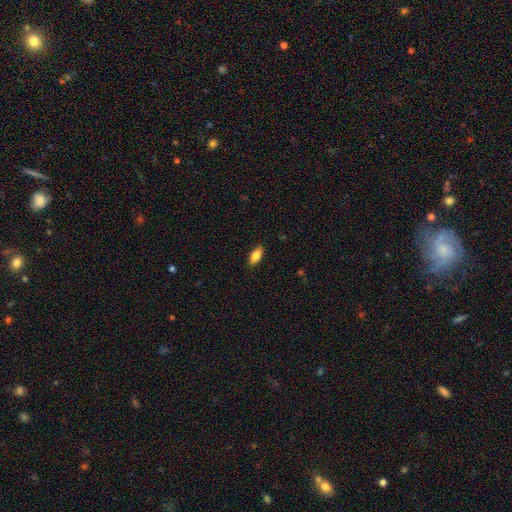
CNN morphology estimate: Q: Smooth or featured?
A: smooth (83%); runner-up: featured or disk (10%)
Q: How rounded?
A: in between (88%); runner-up: cigar-shaped (10%)
Q: Merging?
A: none (89%); runner-up: minor disturbance (8%)